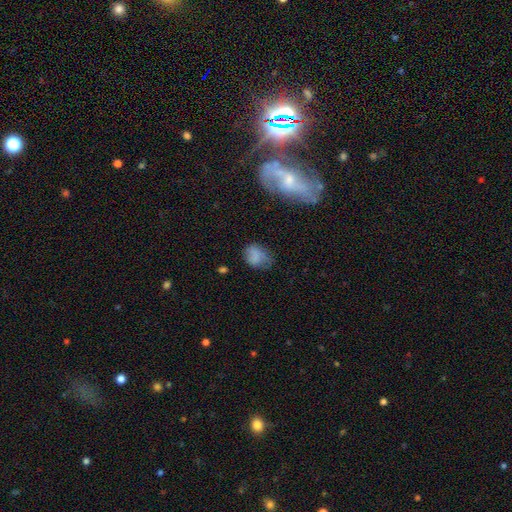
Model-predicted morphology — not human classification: Q: Smooth or featured?
A: smooth (76%); runner-up: featured or disk (13%)
Q: How rounded?
A: in between (65%); runner-up: round (33%)
Q: Merging?
A: none (50%); runner-up: minor disturbance (32%)